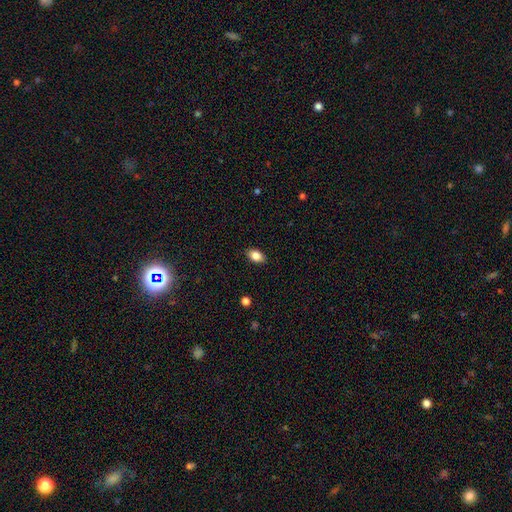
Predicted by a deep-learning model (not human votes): The model was most divided on "smooth or featured": smooth: 83%, featured or disk: 9%, star or artifact: 9%. More confident: merging — none (87%); how rounded — in between (87%).